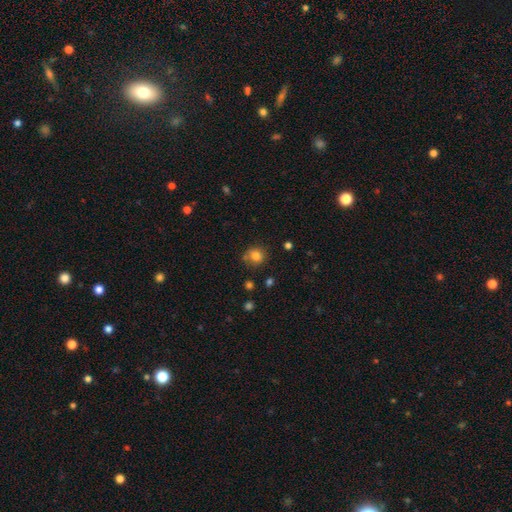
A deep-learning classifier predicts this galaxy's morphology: This appears to be a smooth galaxy with no disk features (81%) that is round (83%). Merging: none (69%).